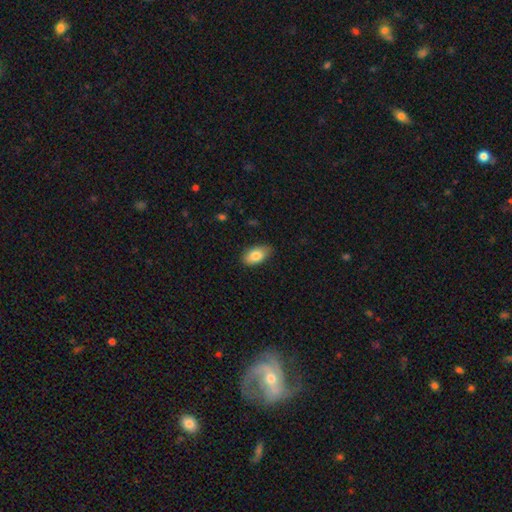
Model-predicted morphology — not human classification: smooth 84%, featured or disk 9%, star or artifact 7%. Down the decision tree: how rounded — in between (92%); merging — none (80%).